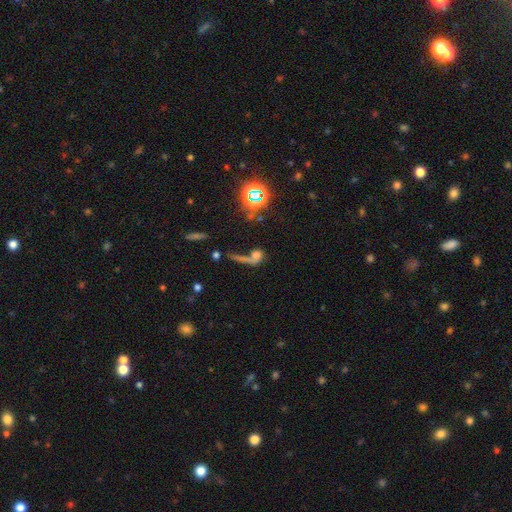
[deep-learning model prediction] A smooth galaxy with no disk features (48%).

Vote fractions:
- Smooth or featured? smooth: 48% / featured or disk: 27% / star or artifact: 24%
- Merging? merger: 37% / none: 28% / major disturbance: 23% / minor disturbance: 11%